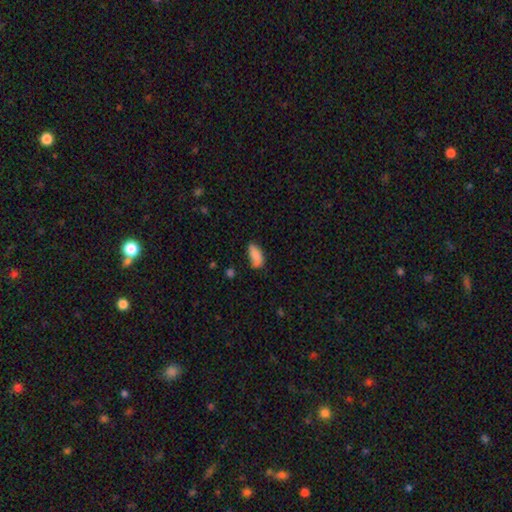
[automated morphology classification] A smooth galaxy with no disk features (84%) that is in between round and cigar-shaped (88%).

Vote fractions:
- Smooth or featured? smooth: 84% / featured or disk: 9% / star or artifact: 8%
- How rounded? in between: 88% / cigar-shaped: 9% / round: 3%
- Merging? none: 57% / minor disturbance: 31% / major disturbance: 8% / merger: 4%